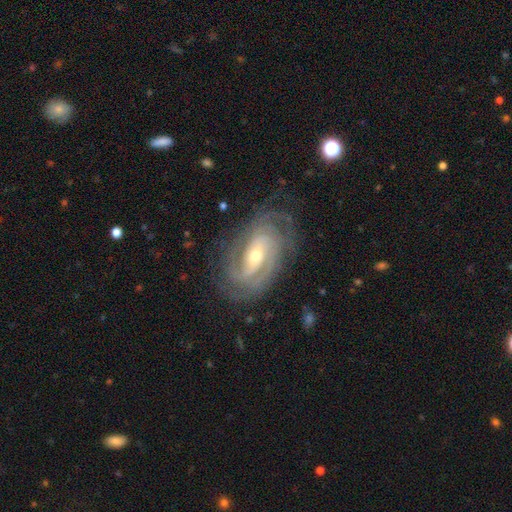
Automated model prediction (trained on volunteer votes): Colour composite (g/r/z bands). It shows a featured or disk galaxy (88%) with a weak bar (41%), 2 (36%) tight (65%) spiral arms (96%) and a moderate central bulge (51%). Merging: none (76%).